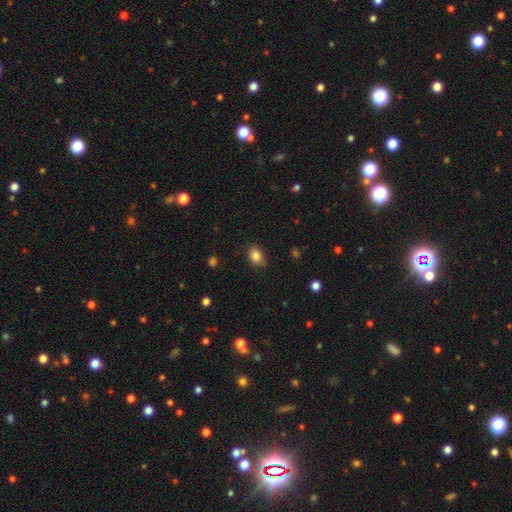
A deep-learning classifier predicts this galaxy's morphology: A smooth galaxy with no disk features (85%) that is in between round and cigar-shaped (62%).

Vote fractions:
- Smooth or featured? smooth: 85% / star or artifact: 10% / featured or disk: 5%
- How rounded? in between: 62% / round: 37% / cigar-shaped: 1%
- Merging? none: 80% / minor disturbance: 16% / major disturbance: 3% / merger: 1%